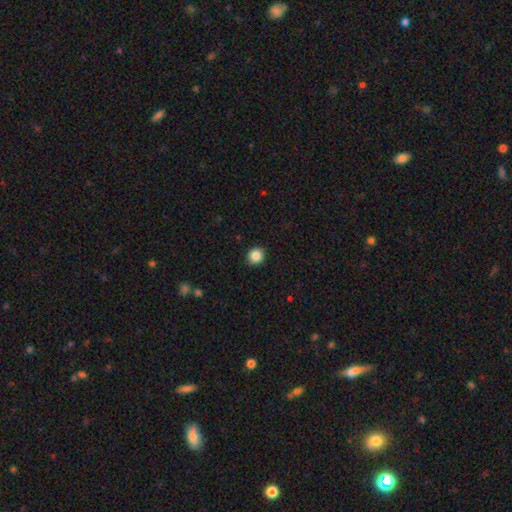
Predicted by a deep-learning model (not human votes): Morphology: type=smooth (86%); roundness=round (85%); merging=none (92%).